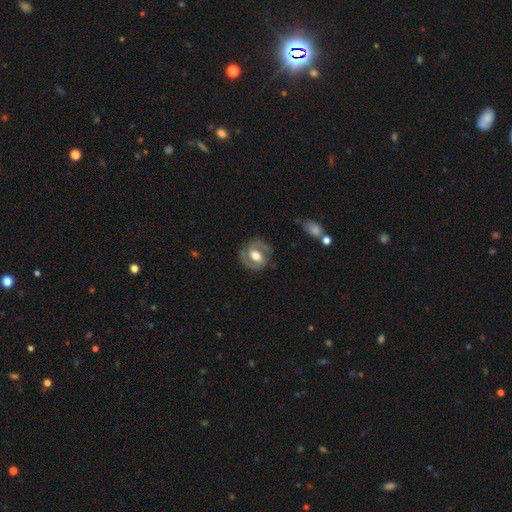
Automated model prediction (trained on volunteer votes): A featured or disk galaxy (72%) with a weak bar (40%), 2 (86%) medium (47%) spiral arms (82%) and a moderate central bulge (64%). Merging: none (76%).